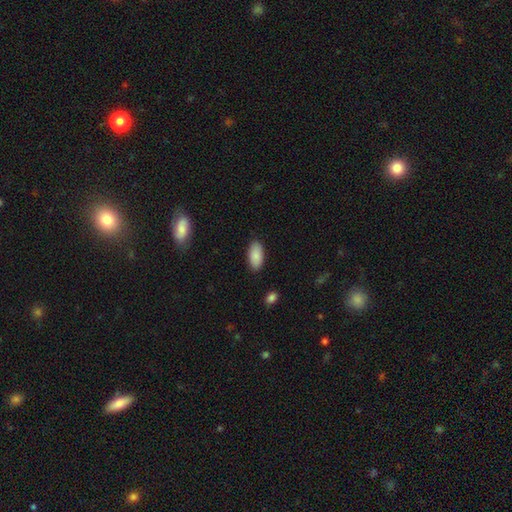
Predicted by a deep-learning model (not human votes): A smooth galaxy with no disk features (89%) that is in between round and cigar-shaped (93%). Merging: none (88%).